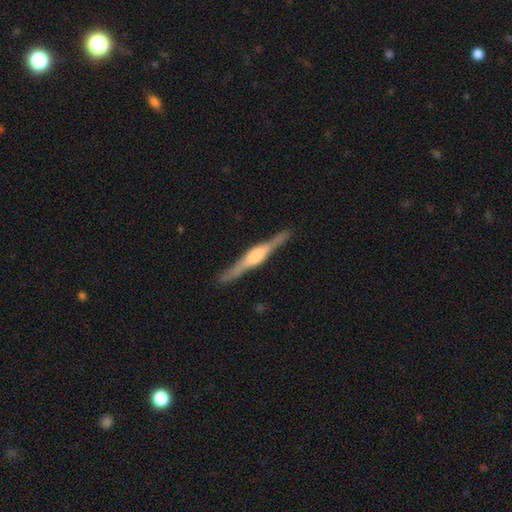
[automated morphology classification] Smooth or featured? Predicted: featured or disk (p=0.79). Edge-on disk? Predicted: yes (p=0.98). Edge-on bulge? Predicted: rounded (p=0.60). Merging? Predicted: none (p=0.88).